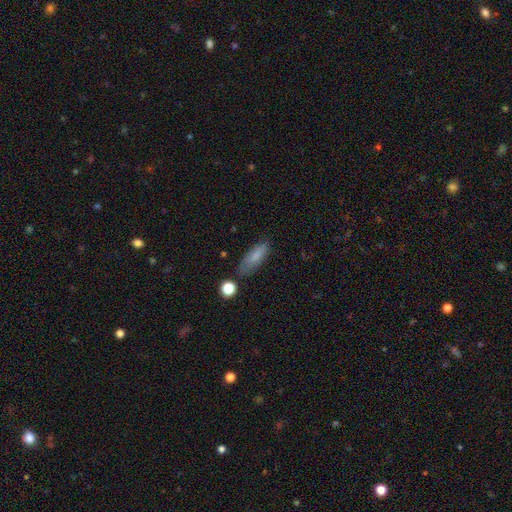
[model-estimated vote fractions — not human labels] smooth 79%, featured or disk 12%, star or artifact 8%. Down the decision tree: how rounded — in between (62%); merging — none (71%).